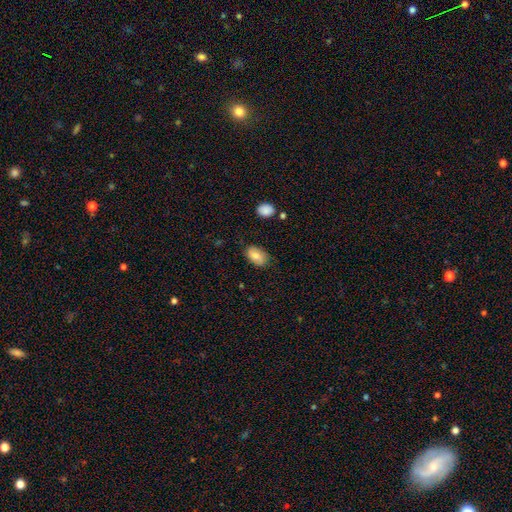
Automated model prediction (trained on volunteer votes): The model was most divided on "merging": none: 77%, minor disturbance: 18%, major disturbance: 4%, merger: 2%. More confident: how rounded — in between (91%); smooth or featured — smooth (78%).